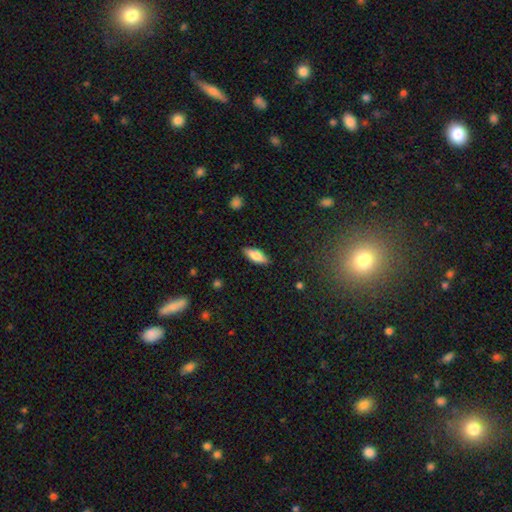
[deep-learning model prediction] Overall: smooth (76%). How rounded: in between (71%). Merging: none (87%).